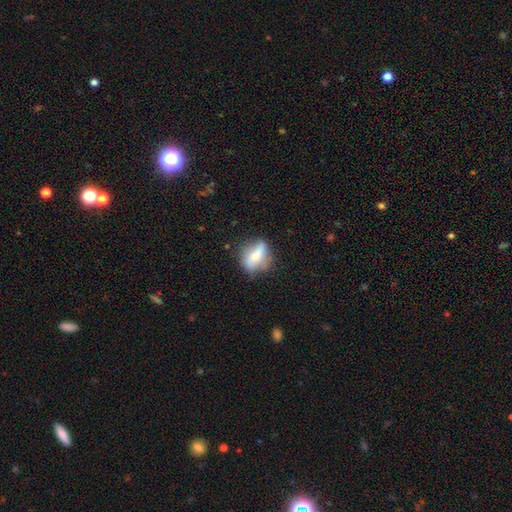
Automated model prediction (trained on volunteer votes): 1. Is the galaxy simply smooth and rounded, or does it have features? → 53% smooth, 38% featured or disk, 9% star or artifact.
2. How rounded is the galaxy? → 58% in between, 24% round, 18% cigar-shaped.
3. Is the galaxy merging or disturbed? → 62% none, 24% minor disturbance, 10% major disturbance, 3% merger.